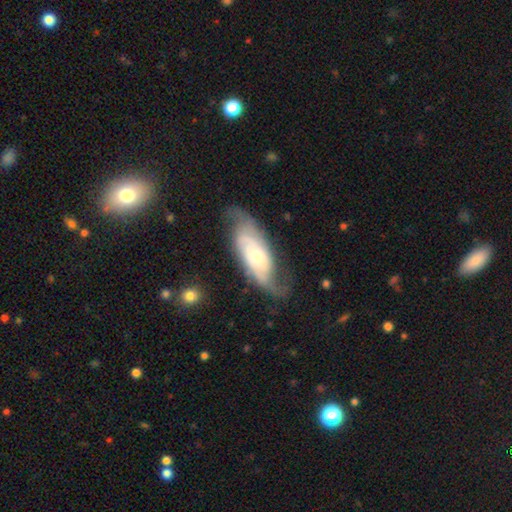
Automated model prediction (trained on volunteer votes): The model was most divided on "spiral winding": medium: 41%, tight: 36%, loose: 22%. More confident: spiral arms — yes (92%); edge-on disk — no (90%); smooth or featured — featured or disk (75%); bar — no (66%); spiral arm count — 2 (64%); merging — none (62%); bulge size — small (54%).